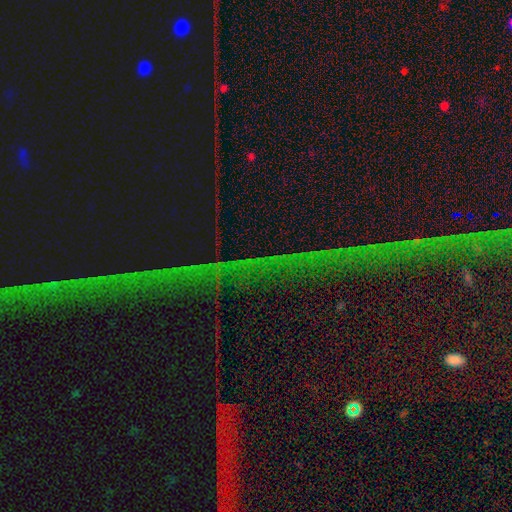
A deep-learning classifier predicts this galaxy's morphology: The model was most divided on "smooth or featured": star or artifact: 83%, featured or disk: 9%, smooth: 7%.